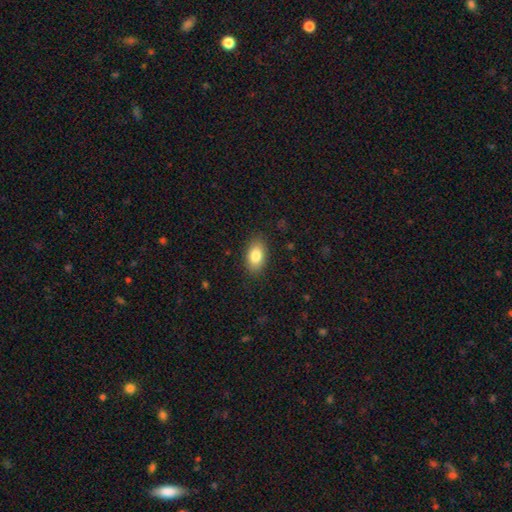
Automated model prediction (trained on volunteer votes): smooth_or_featured: smooth (p=0.83) [alt: featured or disk p=0.10]
how_rounded: in between (p=0.91) [alt: round p=0.06]
merging: none (p=0.87) [alt: minor disturbance p=0.09]